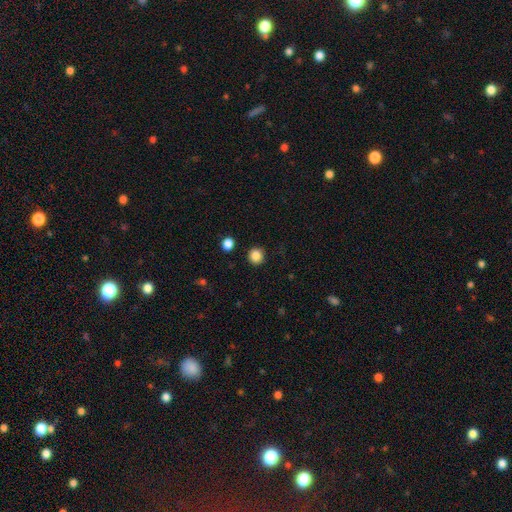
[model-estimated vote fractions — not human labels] Smooth or featured? Predicted: smooth (p=0.86). How rounded? Predicted: round (p=0.93). Merging? Predicted: none (p=0.91).